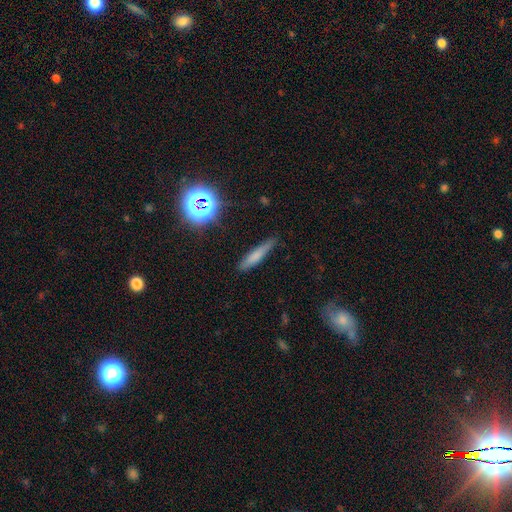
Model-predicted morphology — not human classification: Smooth or featured? smooth (67%)
How rounded? cigar-shaped (86%)
Merging? none (81%)